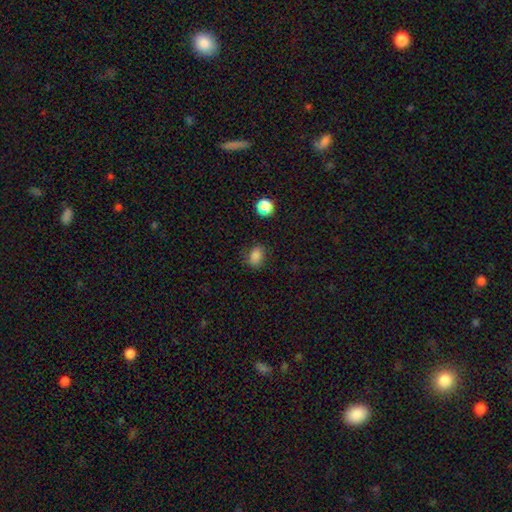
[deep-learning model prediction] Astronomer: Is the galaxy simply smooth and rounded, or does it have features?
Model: smooth — 83%.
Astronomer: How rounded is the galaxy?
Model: in between — 66%.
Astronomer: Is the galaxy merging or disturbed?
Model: none — 76%.